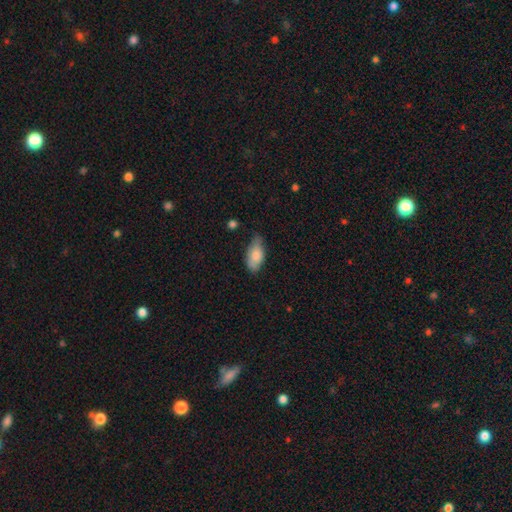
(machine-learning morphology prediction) The model was most divided on "merging": none: 57%, minor disturbance: 35%, major disturbance: 6%, merger: 2%. More confident: how rounded — in between (91%); smooth or featured — smooth (79%).